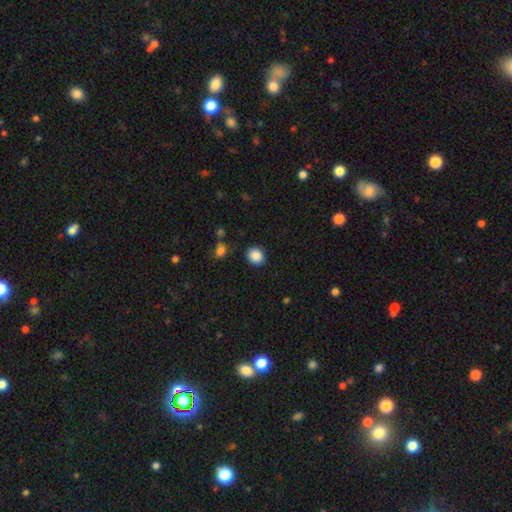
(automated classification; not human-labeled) smooth 88%, star or artifact 9%, featured or disk 4%. Down the decision tree: how rounded — round (69%); merging — none (87%).